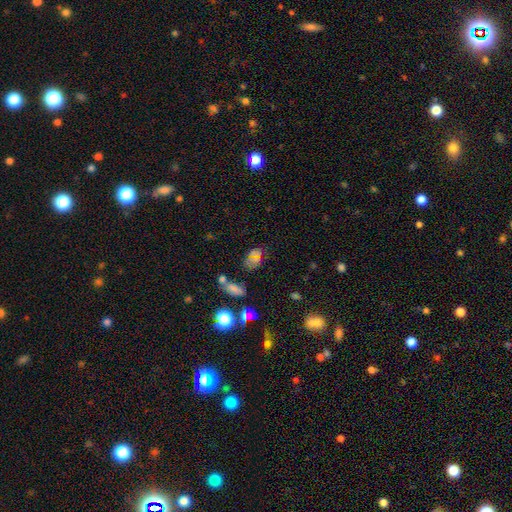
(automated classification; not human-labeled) Overall: smooth (55%; star or artifact 32%). How rounded: in between (75%). Merging: none (60%).